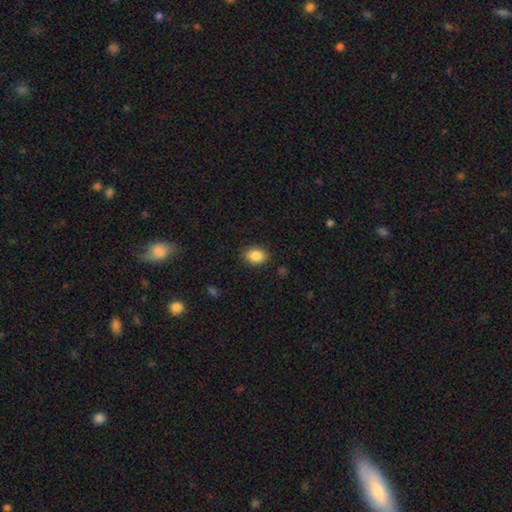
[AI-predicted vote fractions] Smooth or featured? smooth (87%)
How rounded? in between (75%)
Merging? none (87%)